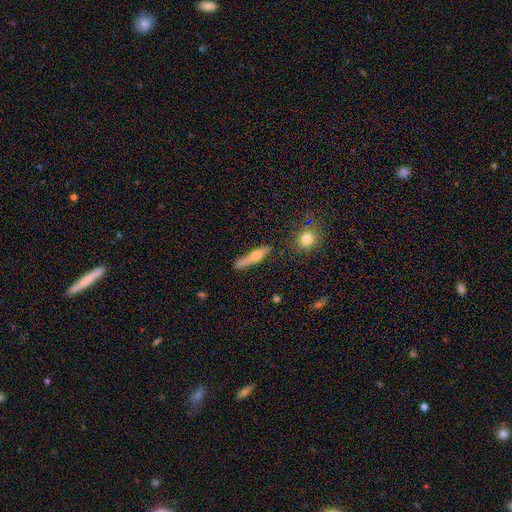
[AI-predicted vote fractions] smooth-or-featured: featured or disk: 47% | smooth: 46% | star or artifact: 7%
  merging: none: 70% | minor disturbance: 18% | merger: 6% | major disturbance: 5%